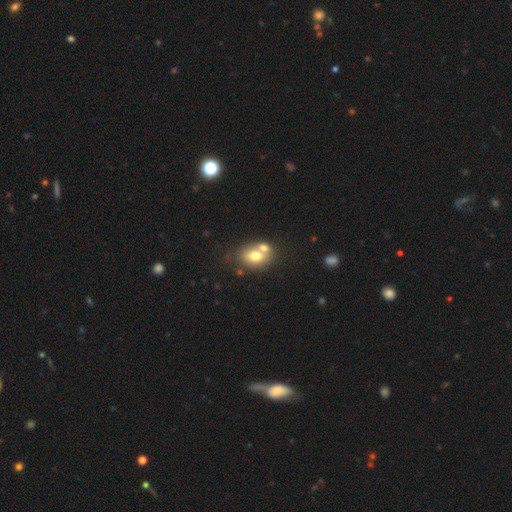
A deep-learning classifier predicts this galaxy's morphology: type=smooth (70%); roundness=in between (72%); merging=merger (44%).